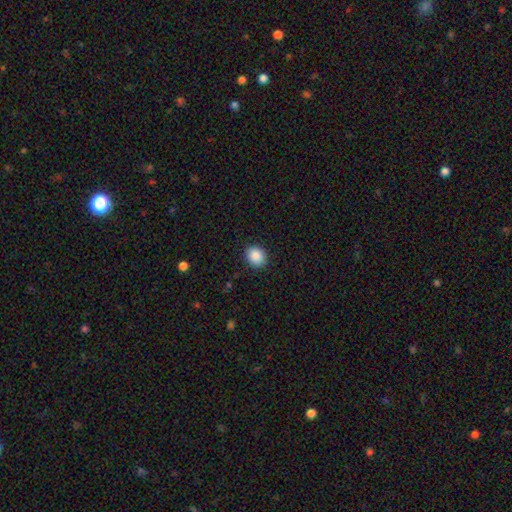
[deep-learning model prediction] smooth_or_featured: smooth (p=0.89) [alt: star or artifact p=0.08]
how_rounded: round (p=0.61) [alt: in between p=0.38]
merging: none (p=0.90) [alt: minor disturbance p=0.07]